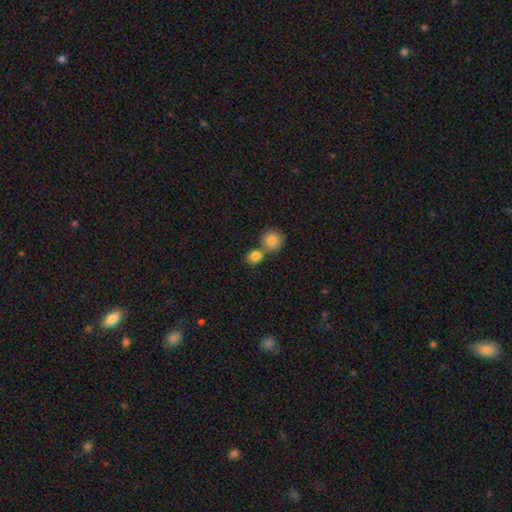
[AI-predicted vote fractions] smooth 83%, star or artifact 9%, featured or disk 7%. Down the decision tree: how rounded — round (75%); merging — merger (47%).